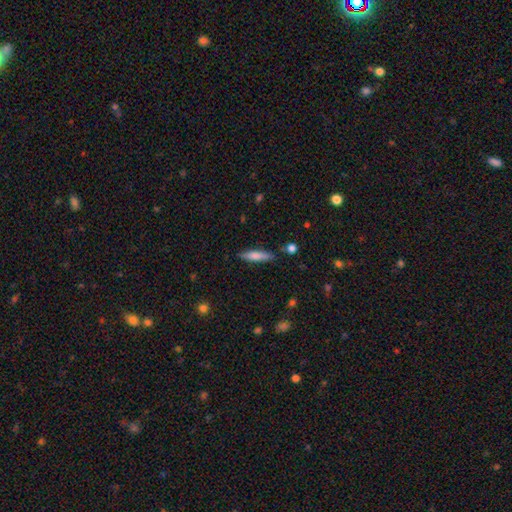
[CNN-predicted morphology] smooth-or-featured: smooth: 72% | featured or disk: 22% | star or artifact: 6%
  how-rounded: cigar-shaped: 82% | in between: 16% | round: 2%
  merging: none: 82% | minor disturbance: 13% | merger: 3% | major disturbance: 3%